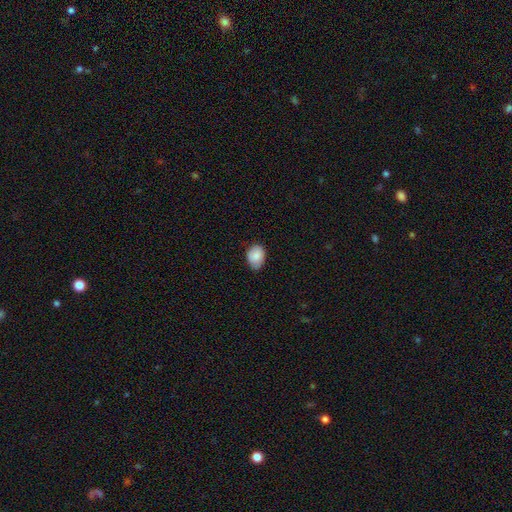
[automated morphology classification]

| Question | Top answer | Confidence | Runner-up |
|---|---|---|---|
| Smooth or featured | smooth | 84% | featured or disk (8%) |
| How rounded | in between | 69% | round (30%) |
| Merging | none | 68% | minor disturbance (27%) |